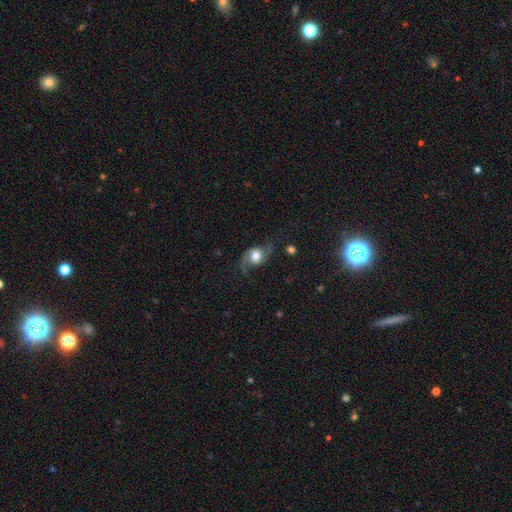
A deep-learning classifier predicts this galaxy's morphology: Smooth or featured? Predicted: featured or disk (p=0.67). Edge-on disk? Predicted: no (p=0.96). Bar? Predicted: no (p=0.71). Spiral arms? Predicted: yes (p=0.92). Spiral winding? Predicted: loose (p=0.71). Spiral arm count? Predicted: 2 (p=0.87). Bulge size? Predicted: moderate (p=0.48). Merging? Predicted: none (p=0.62).